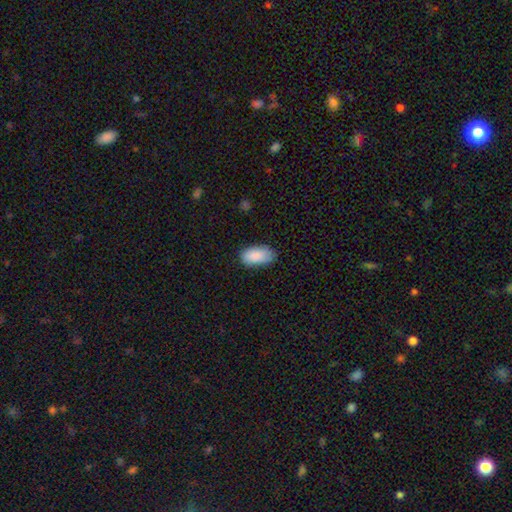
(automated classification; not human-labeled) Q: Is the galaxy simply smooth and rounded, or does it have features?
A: smooth — 88%.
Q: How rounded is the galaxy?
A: in between — 94%.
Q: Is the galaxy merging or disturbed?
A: none — 74%.